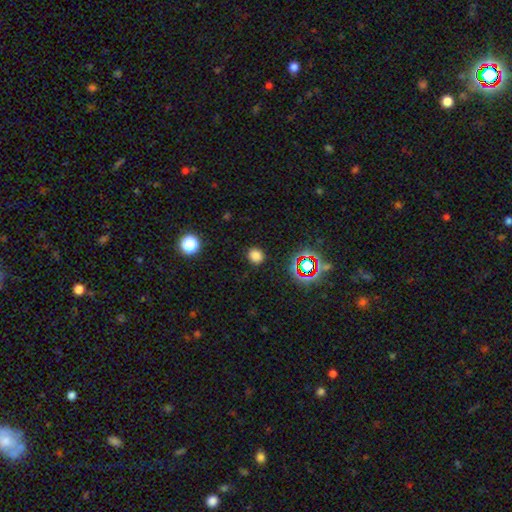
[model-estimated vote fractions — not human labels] smooth-or-featured: smooth: 77% | star or artifact: 19% | featured or disk: 5%
  how-rounded: round: 80% | in between: 18% | cigar-shaped: 1%
  merging: none: 89% | minor disturbance: 7% | major disturbance: 3% | merger: 1%